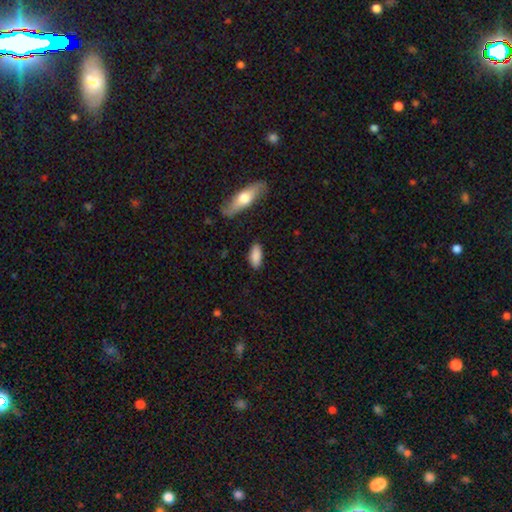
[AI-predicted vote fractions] smooth-or-featured: smooth: 87% | featured or disk: 7% | star or artifact: 6%
  how-rounded: in between: 80% | cigar-shaped: 18% | round: 2%
  merging: none: 84% | minor disturbance: 11% | major disturbance: 3% | merger: 2%